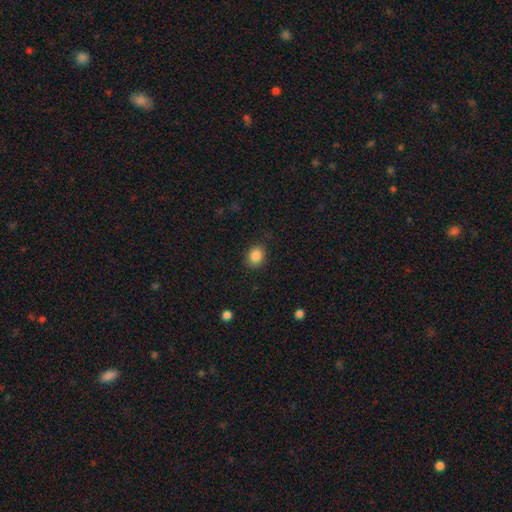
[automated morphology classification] type=smooth (87%); roundness=round (61%); merging=none (85%).